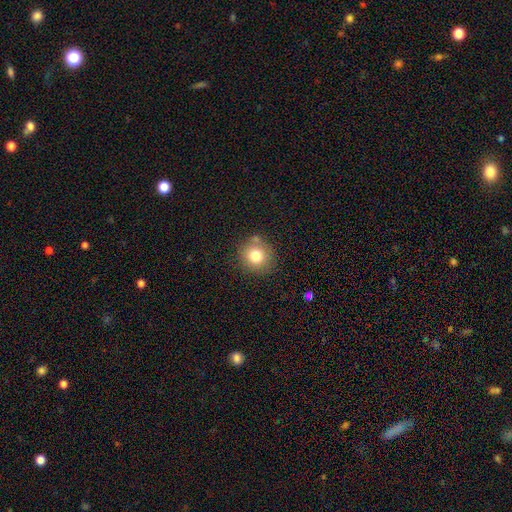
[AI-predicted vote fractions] Smooth or featured: smooth — 78% (star or artifact — 11%)
How rounded: round — 86% (in between — 13%)
Merging: none — 75% (minor disturbance — 13%)